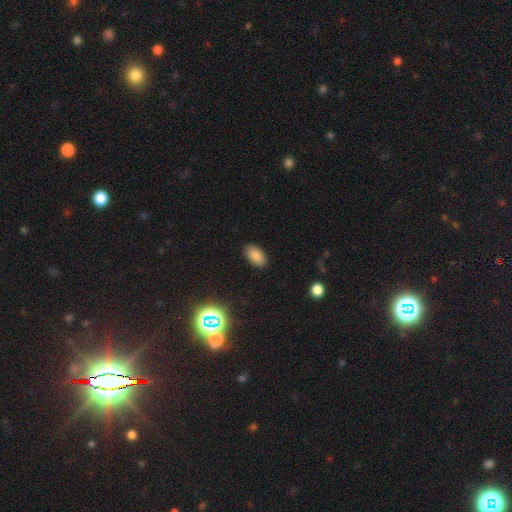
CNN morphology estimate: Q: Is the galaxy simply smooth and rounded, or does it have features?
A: smooth — 83%.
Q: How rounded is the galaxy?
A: in between — 94%.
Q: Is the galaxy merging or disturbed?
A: none — 89%.